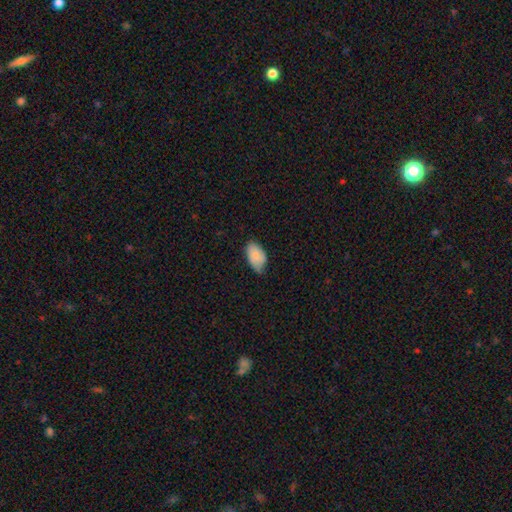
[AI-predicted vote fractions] Smooth or featured?
  - smooth: 83% *
  - featured or disk: 11%
  - star or artifact: 6%
How rounded?
  - in between: 94% *
  - round: 4%
  - cigar-shaped: 2%
Merging?
  - none: 54% *
  - minor disturbance: 38%
  - major disturbance: 6%
  - merger: 1%